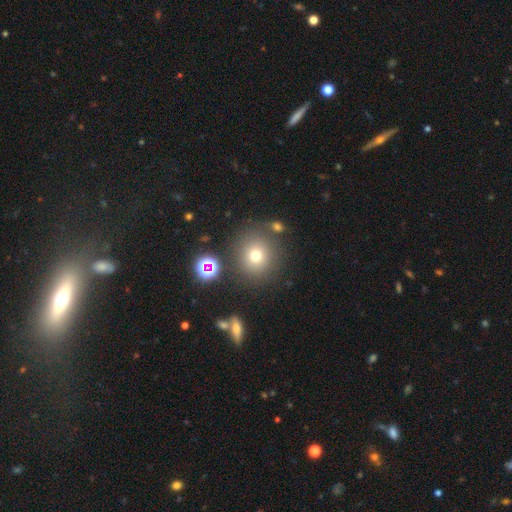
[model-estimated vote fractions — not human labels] Smooth or featured? Predicted: smooth (p=0.72). How rounded? Predicted: round (p=0.90). Merging? Predicted: none (p=0.81).